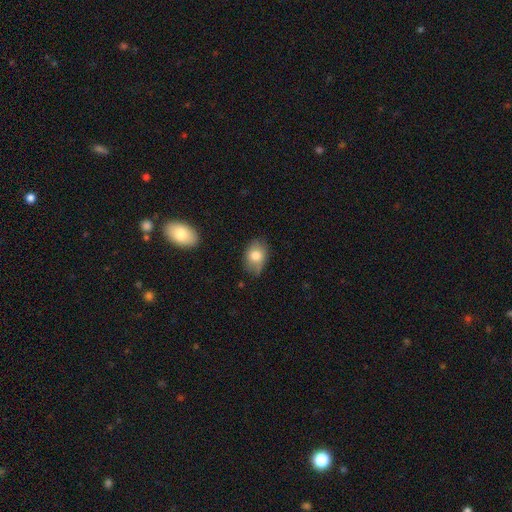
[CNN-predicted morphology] smooth_or_featured: smooth (p=0.76) [alt: featured or disk p=0.15]
how_rounded: in between (p=0.77) [alt: round p=0.21]
merging: none (p=0.63) [alt: minor disturbance p=0.29]